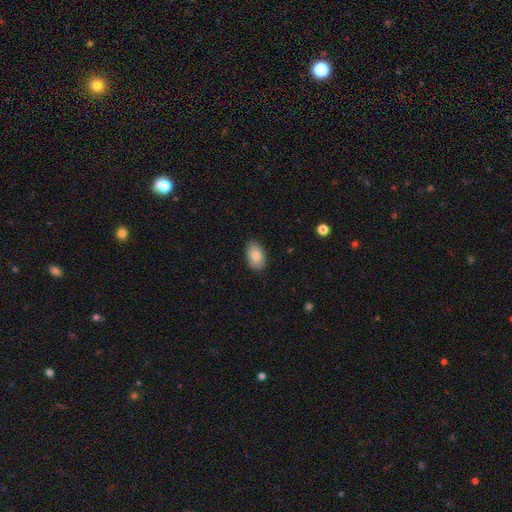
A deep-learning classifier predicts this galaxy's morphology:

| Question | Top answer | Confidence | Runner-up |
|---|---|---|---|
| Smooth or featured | smooth | 84% | featured or disk (9%) |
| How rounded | in between | 91% | round (7%) |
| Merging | none | 87% | minor disturbance (10%) |